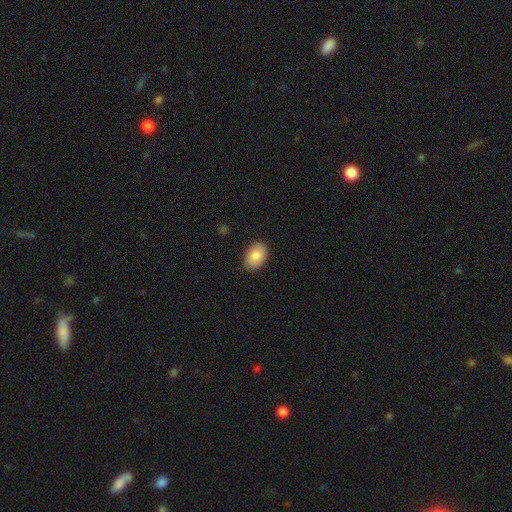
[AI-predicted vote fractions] smooth_or_featured: smooth (p=0.84) [alt: featured or disk p=0.09]
how_rounded: in between (p=0.86) [alt: round p=0.13]
merging: none (p=0.87) [alt: minor disturbance p=0.10]